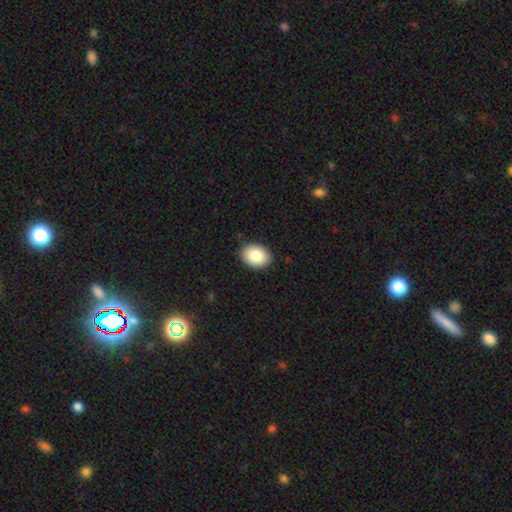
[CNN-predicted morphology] smooth 85%, featured or disk 8%, star or artifact 7%. Down the decision tree: how rounded — in between (71%); merging — none (89%).